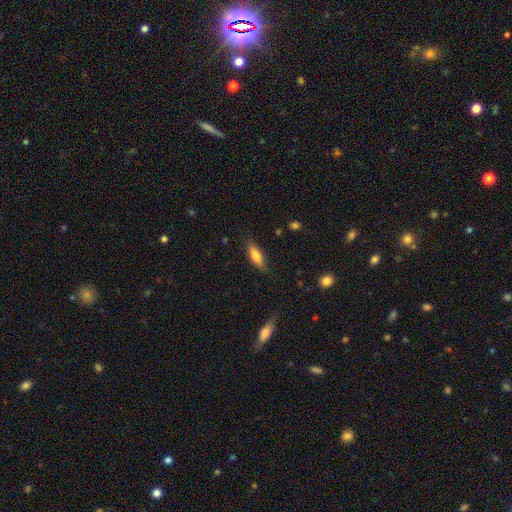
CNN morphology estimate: Smooth or featured? smooth (77%)
How rounded? in between (59%)
Merging? none (77%)